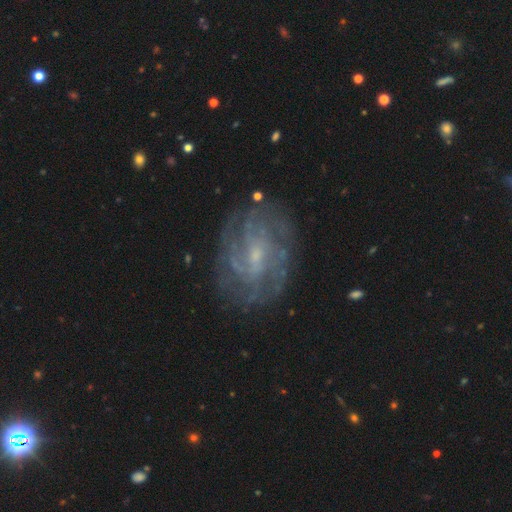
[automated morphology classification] This appears to be a featured or disk galaxy (82%) with a weak bar (51%), tight (55%) spiral arms (91%) and a small central bulge (70%). Merging: none (78%).